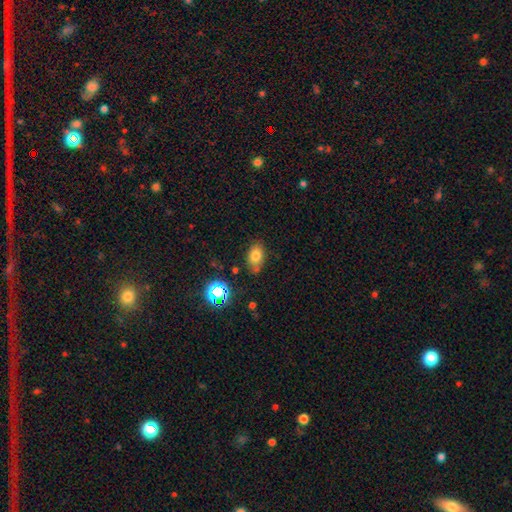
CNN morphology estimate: This is likely a smooth galaxy (74%). How rounded: clearly in between (83%). Merging: likely none (71%).